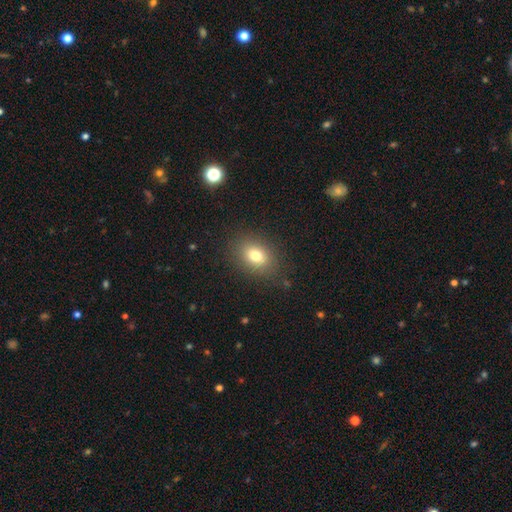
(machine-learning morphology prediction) smooth 78%, star or artifact 11%, featured or disk 11%. Down the decision tree: how rounded — in between (69%); merging — none (85%).